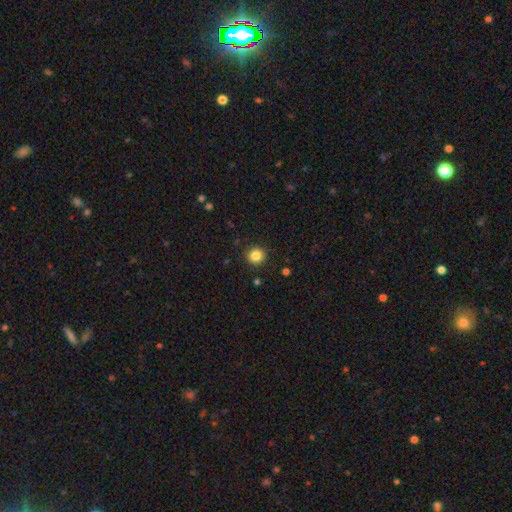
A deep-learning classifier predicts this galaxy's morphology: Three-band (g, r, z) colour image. It shows a smooth galaxy with no disk features (85%) that is round (94%). Merging: none (92%).